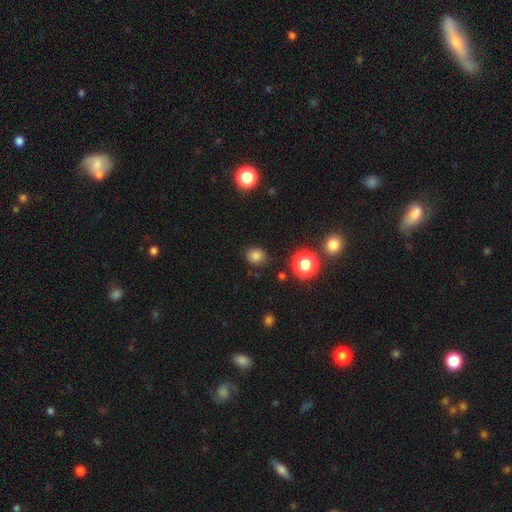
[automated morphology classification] smooth-or-featured: smooth: 80% | star or artifact: 16% | featured or disk: 5%
  how-rounded: round: 71% | in between: 28% | cigar-shaped: 1%
  merging: none: 86% | minor disturbance: 9% | major disturbance: 3% | merger: 2%